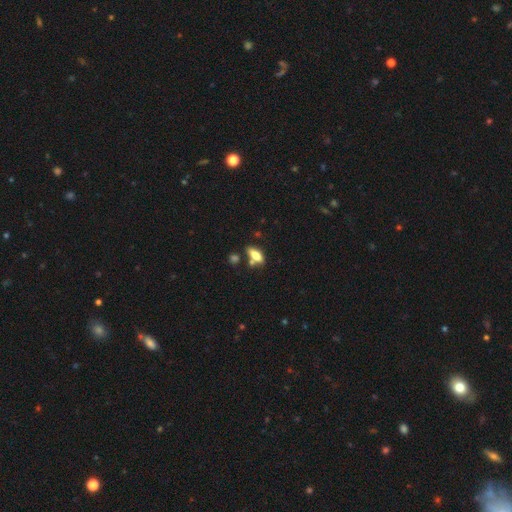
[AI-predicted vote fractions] This is likely a smooth galaxy (70%). How rounded: likely in between (73%). Merging: likely none (60%).